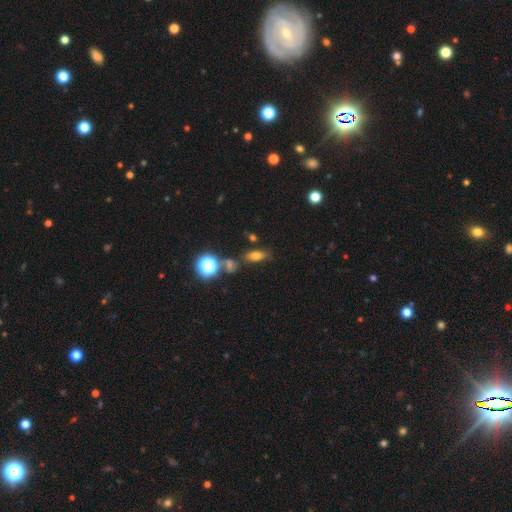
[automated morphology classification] smooth_or_featured: smooth (p=0.67) [alt: star or artifact p=0.21]
how_rounded: in between (p=0.71) [alt: cigar-shaped p=0.15]
merging: none (p=0.70) [alt: minor disturbance p=0.14]